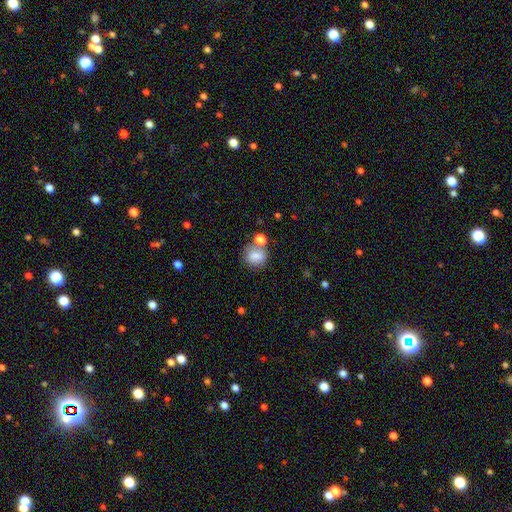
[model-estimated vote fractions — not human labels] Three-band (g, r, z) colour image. It shows a smooth galaxy with no disk features (78%) that is round (68%). Merging: none (53%).